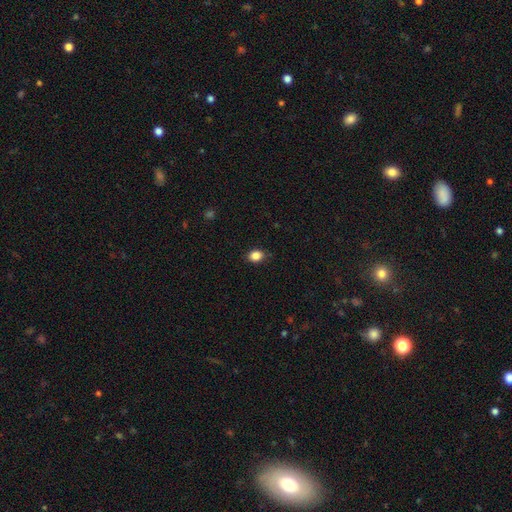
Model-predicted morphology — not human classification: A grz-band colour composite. It shows a smooth galaxy with no disk features (86%) that is round (51%). Merging: none (85%).